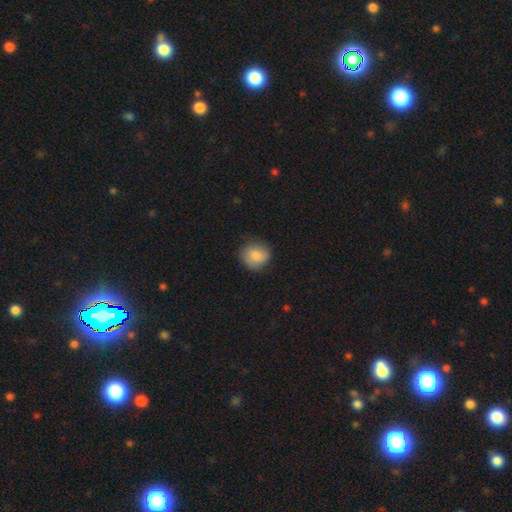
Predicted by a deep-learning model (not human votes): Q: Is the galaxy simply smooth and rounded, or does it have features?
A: smooth — 81%.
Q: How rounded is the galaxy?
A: round — 80%.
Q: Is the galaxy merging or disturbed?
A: none — 73%.